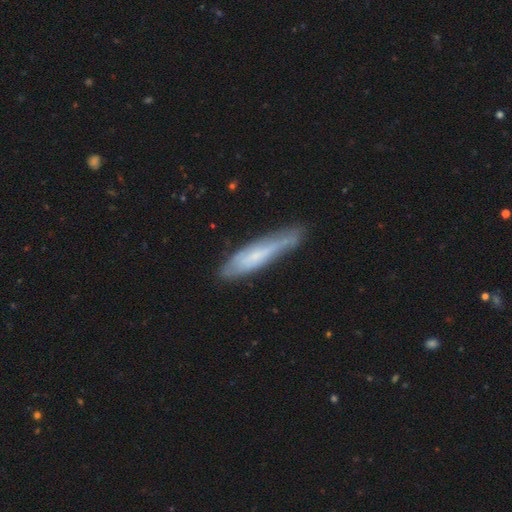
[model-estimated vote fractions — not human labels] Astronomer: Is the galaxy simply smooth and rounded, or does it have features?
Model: featured or disk — 47% (runner-up: smooth, 46%).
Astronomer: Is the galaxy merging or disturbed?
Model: none — 66%.